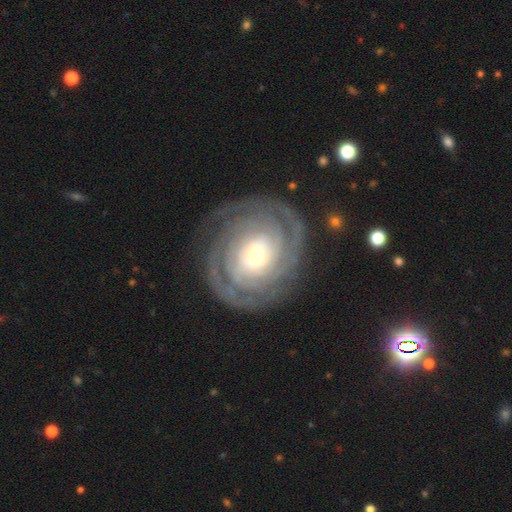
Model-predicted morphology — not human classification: smooth_or_featured: featured or disk (p=0.87) [alt: smooth p=0.08]
disk_edge_on: no (p=0.97) [alt: yes p=0.03]
bar: no (p=0.71) [alt: weak p=0.19]
has_spiral_arms: yes (p=0.96) [alt: no p=0.04]
spiral_winding: tight (p=0.81) [alt: medium p=0.15]
spiral_arm_count: 2 (p=0.26) [tied with: can't tell p=0.26]
bulge_size: small (p=0.50) [alt: moderate p=0.41]
merging: none (p=0.80) [alt: minor disturbance p=0.13]